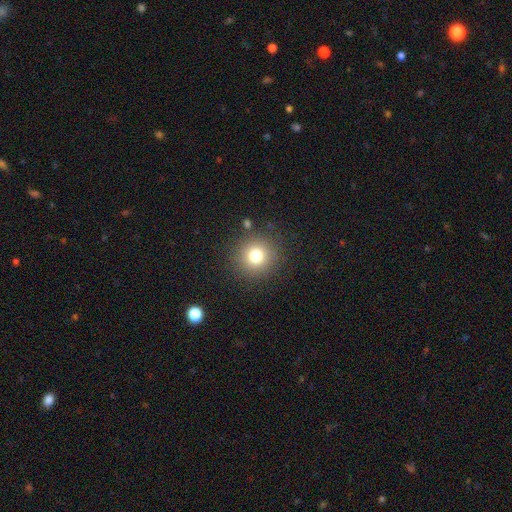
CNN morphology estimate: type=smooth (77%); roundness=round (94%); merging=none (87%).